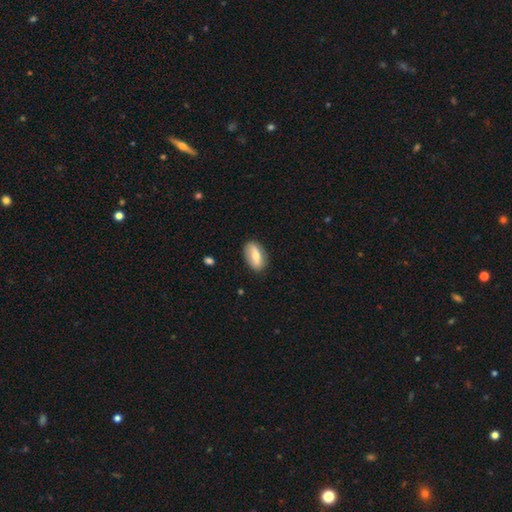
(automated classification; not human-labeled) Q: Smooth or featured?
A: smooth (57%); runner-up: featured or disk (36%)
Q: How rounded?
A: in between (89%); runner-up: cigar-shaped (6%)
Q: Merging?
A: none (84%); runner-up: minor disturbance (12%)